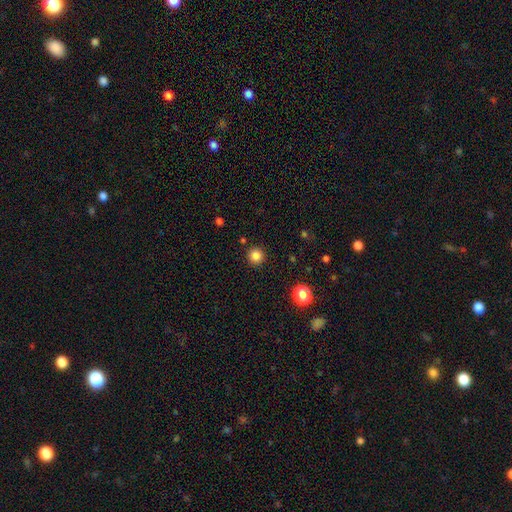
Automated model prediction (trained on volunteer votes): smooth-or-featured: smooth: 83% | star or artifact: 12% | featured or disk: 4%
  how-rounded: round: 96% | in between: 3% | cigar-shaped: 1%
  merging: none: 91% | minor disturbance: 5% | major disturbance: 2% | merger: 2%